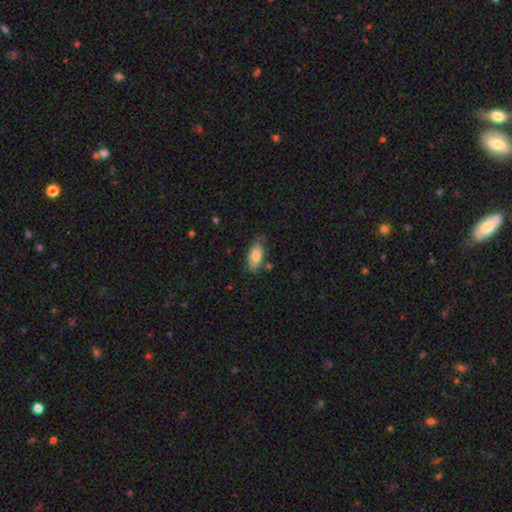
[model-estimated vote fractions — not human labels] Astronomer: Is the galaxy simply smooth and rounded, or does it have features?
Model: smooth — 80%.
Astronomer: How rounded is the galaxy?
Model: in between — 90%.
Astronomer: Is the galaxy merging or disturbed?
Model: none — 64%.